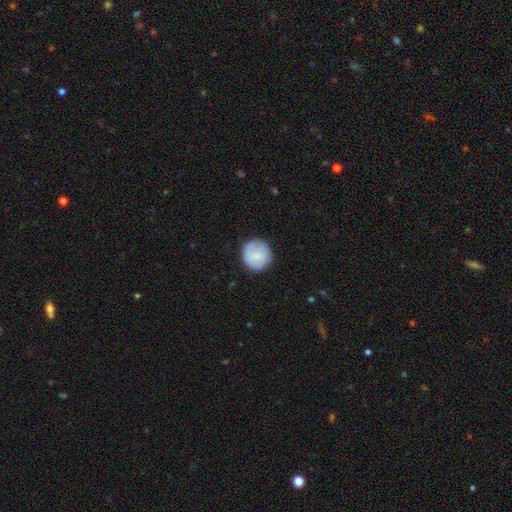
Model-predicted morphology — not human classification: smooth-or-featured: smooth: 73% | featured or disk: 21% | star or artifact: 6%
  how-rounded: round: 93% | in between: 6% | cigar-shaped: 1%
  merging: none: 82% | minor disturbance: 13% | major disturbance: 4% | merger: 1%